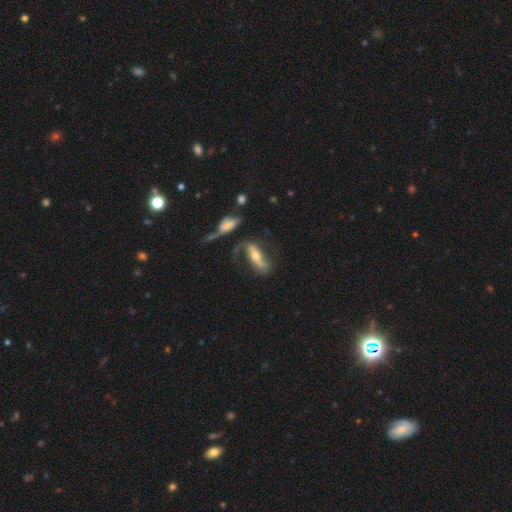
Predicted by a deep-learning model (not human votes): A featured or disk galaxy (79%) with a strong bar (47%), 2 (87%) loose (68%) spiral arms (90%) and a moderate central bulge (52%). Merging: none (46%).